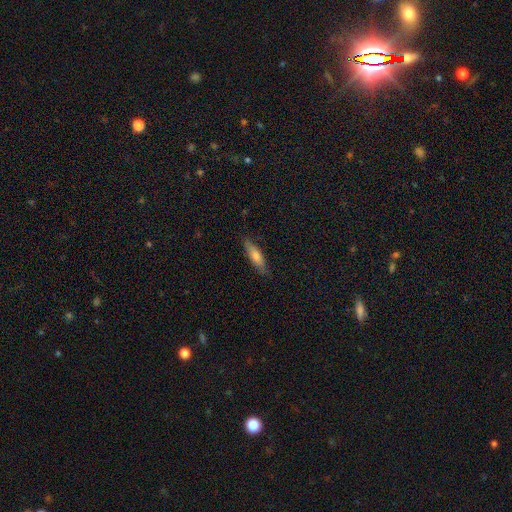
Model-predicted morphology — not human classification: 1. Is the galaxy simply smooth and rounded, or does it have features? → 66% smooth, 28% featured or disk, 6% star or artifact.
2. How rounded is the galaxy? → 69% cigar-shaped, 30% in between, 2% round.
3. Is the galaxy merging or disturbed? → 84% none, 13% minor disturbance, 2% major disturbance, 1% merger.